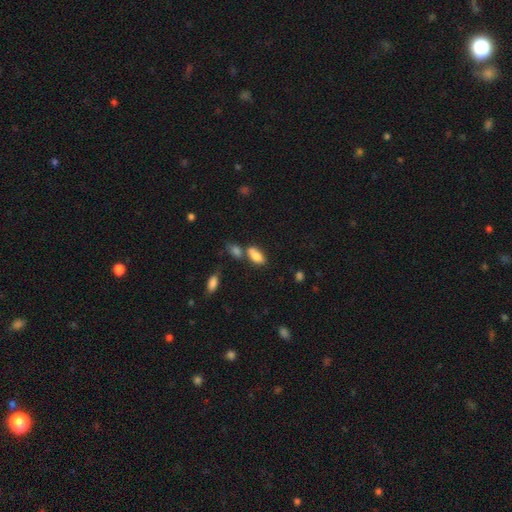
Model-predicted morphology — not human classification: This is clearly a smooth galaxy (82%). How rounded: clearly in between (90%). Merging: possibly none (49%).